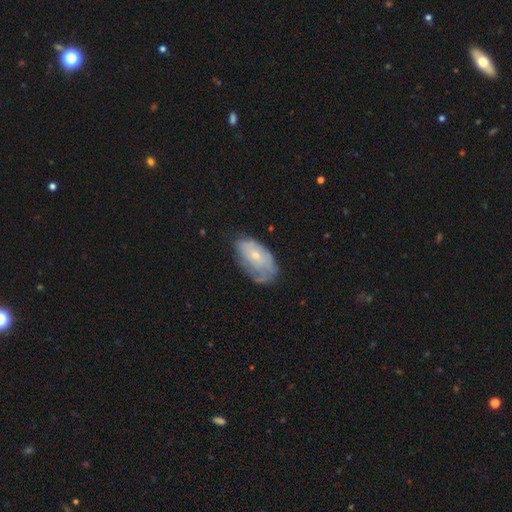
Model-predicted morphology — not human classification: This appears to be a smooth galaxy with no disk features (47%). Merging: none (48%).